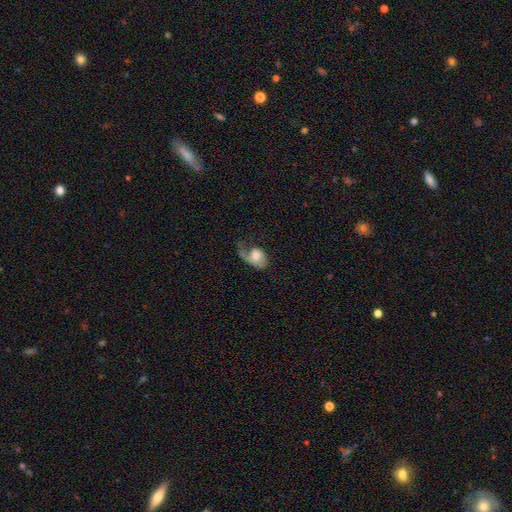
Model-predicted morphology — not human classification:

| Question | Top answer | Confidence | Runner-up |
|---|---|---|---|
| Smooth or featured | featured or disk | 51% | smooth (42%) |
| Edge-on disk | no | 96% | yes (4%) |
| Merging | major disturbance | 52% | none (23%) |